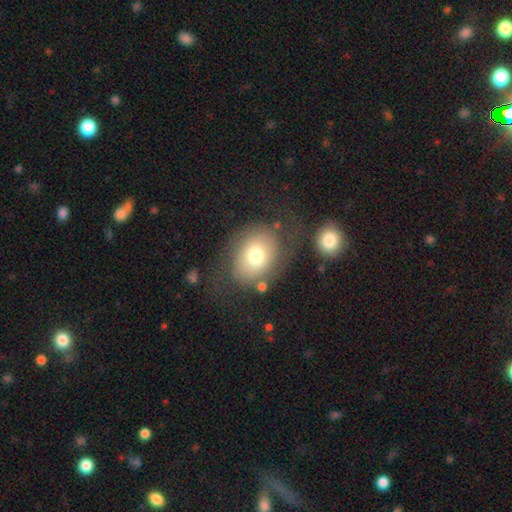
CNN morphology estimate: Smooth or featured?
  - smooth: 69% *
  - featured or disk: 21%
  - star or artifact: 10%
How rounded?
  - in between: 52% *
  - round: 48%
  - cigar-shaped: 1%
Merging?
  - none: 61% *
  - minor disturbance: 18%
  - major disturbance: 14%
  - merger: 7%